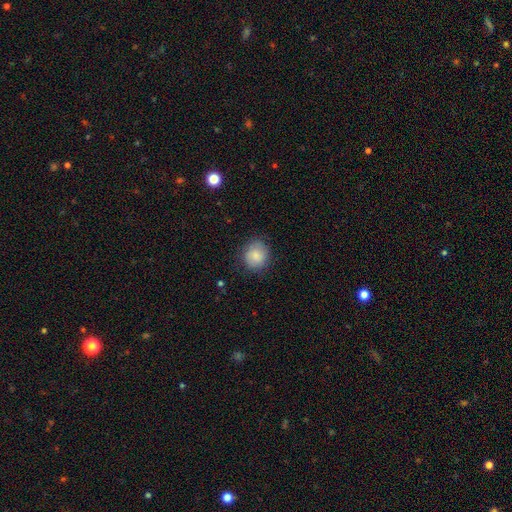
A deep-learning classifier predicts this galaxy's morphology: smooth-or-featured: smooth: 83% | featured or disk: 9% | star or artifact: 7%
  how-rounded: round: 78% | in between: 21% | cigar-shaped: 1%
  merging: none: 81% | minor disturbance: 14% | major disturbance: 4% | merger: 1%